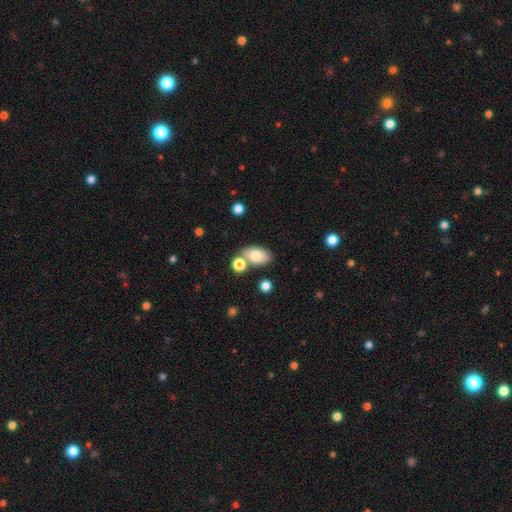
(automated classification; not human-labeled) smooth 80%, featured or disk 11%, star or artifact 9%. Down the decision tree: how rounded — in between (89%); merging — none (62%).